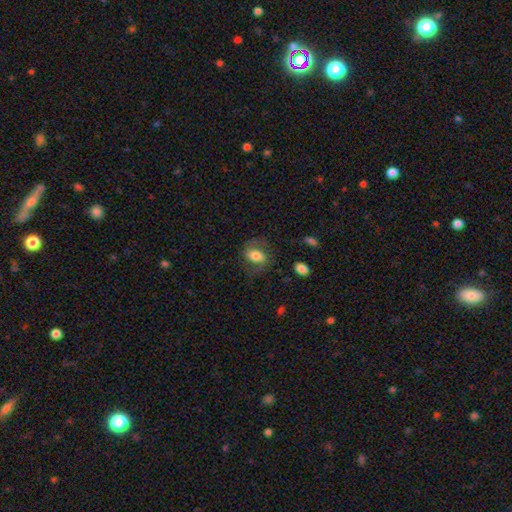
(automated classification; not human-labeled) Smooth or featured? Predicted: smooth (p=0.47). Merging? Predicted: none (p=0.65).